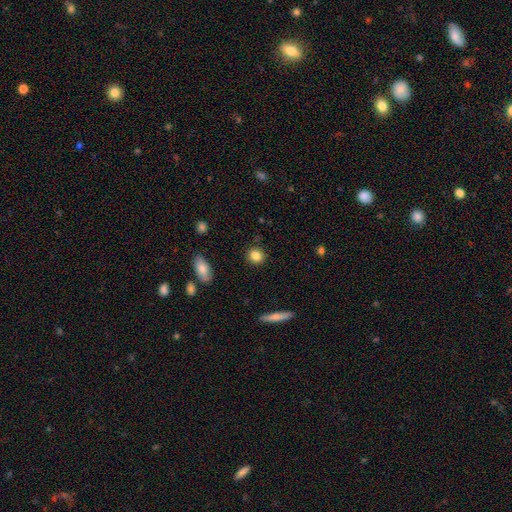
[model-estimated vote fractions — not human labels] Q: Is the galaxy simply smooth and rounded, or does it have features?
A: smooth — 85%.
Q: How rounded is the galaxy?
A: round — 72%.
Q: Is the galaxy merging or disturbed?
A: none — 89%.